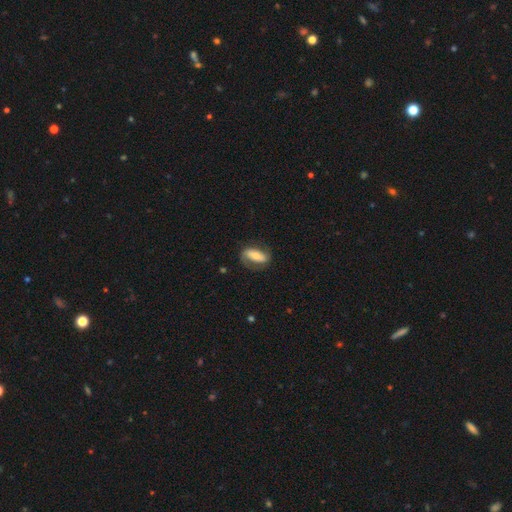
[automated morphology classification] Smooth or featured: featured or disk — 54% (smooth — 40%)
Edge-on disk: no — 88% (yes — 12%)
Merging: none — 66% (minor disturbance — 20%)